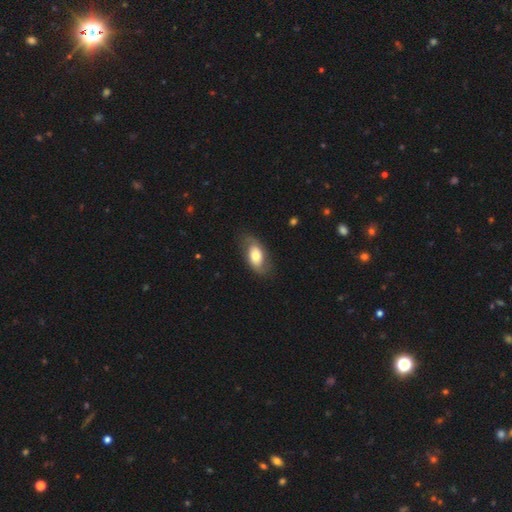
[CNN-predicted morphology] Smooth or featured? smooth (58%)
How rounded? in between (90%)
Merging? none (70%)